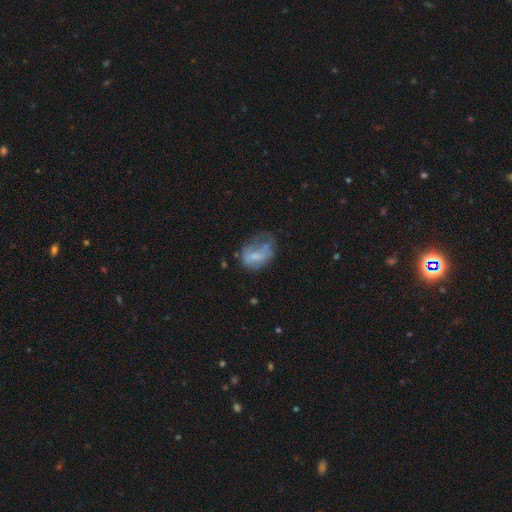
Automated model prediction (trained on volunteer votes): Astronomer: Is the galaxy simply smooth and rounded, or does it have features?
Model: smooth — 54% (runner-up: featured or disk, 37%).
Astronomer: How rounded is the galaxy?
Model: in between — 74%.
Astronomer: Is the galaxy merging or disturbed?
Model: major disturbance — 33% (runner-up: minor disturbance, 32%).